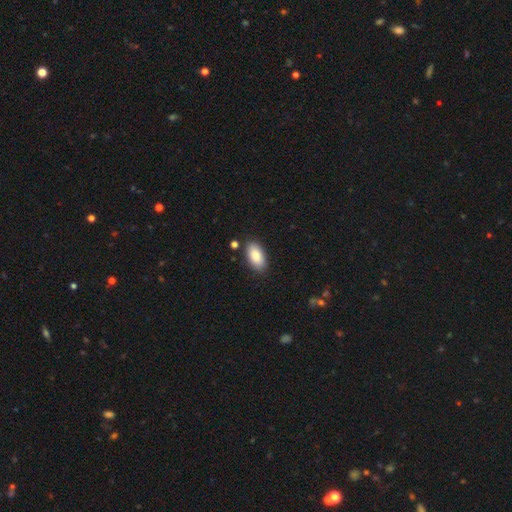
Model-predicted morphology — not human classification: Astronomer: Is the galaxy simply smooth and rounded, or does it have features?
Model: smooth — 87%.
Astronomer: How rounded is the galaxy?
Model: in between — 94%.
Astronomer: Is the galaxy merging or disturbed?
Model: none — 85%.